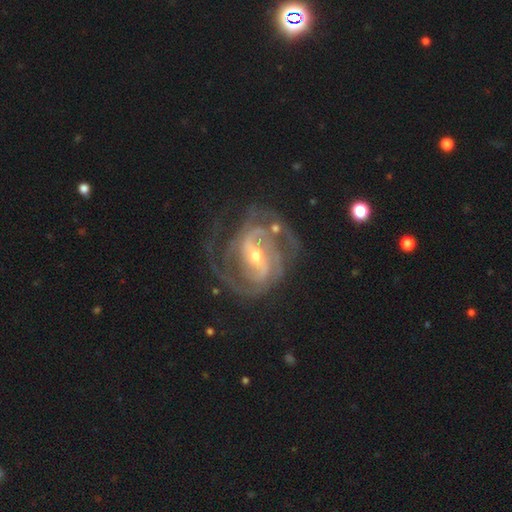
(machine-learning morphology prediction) Overall: featured or disk (92%). Edge-on disk: no (97%). Bar: strong (46%; weak 40%). Spiral arms: yes (98%). Spiral arm count: 2 (54%; 3 20%). Spiral winding: medium (46%; tight 45%). Bulge size: small (50%; moderate 46%). Merging: none (66%).